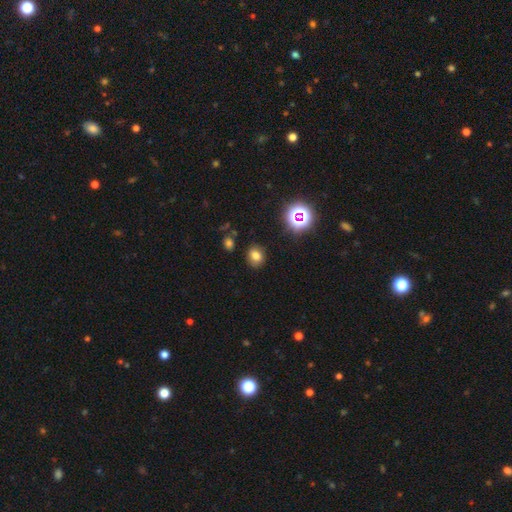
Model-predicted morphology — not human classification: This is likely a smooth galaxy (73%). How rounded: possibly round (60%). Merging: clearly none (85%).